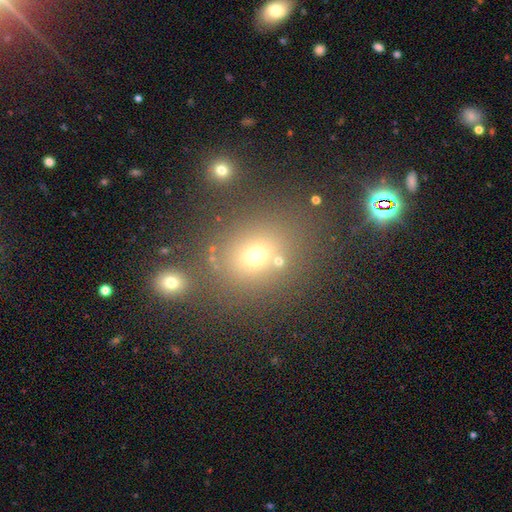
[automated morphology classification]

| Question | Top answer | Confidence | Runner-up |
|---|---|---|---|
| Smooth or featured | smooth | 58% | star or artifact (29%) |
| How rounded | round | 68% | in between (31%) |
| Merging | none | 69% | merger (14%) |